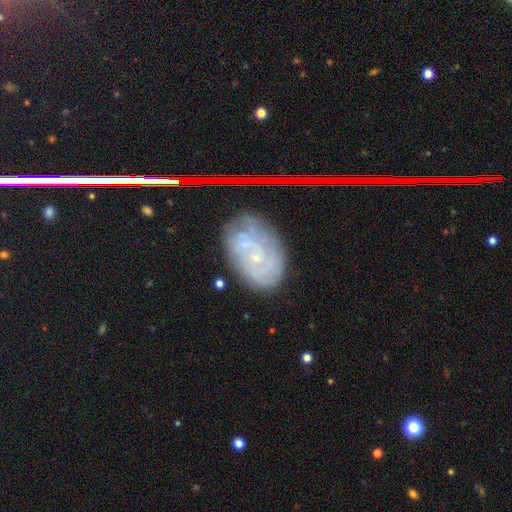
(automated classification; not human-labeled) Smooth or featured?
  - featured or disk: 72% *
  - smooth: 18%
  - star or artifact: 10%
Edge-on disk?
  - no: 96% *
  - yes: 4%
Bar?
  - no: 73% *
  - weak: 22%
  - strong: 5%
Spiral arms?
  - yes: 90% *
  - no: 10%
Spiral winding?
  - tight: 68% *
  - medium: 25%
  - loose: 8%
Spiral arm count?
  - can't tell: 44% *
  - 2: 17%
  - 3: 14%
  - 4: 12%
  - more than 4: 7%
  - 1: 6%
Bulge size?
  - small: 83% *
  - moderate: 10%
  - none: 5%
  - large: 1%
  - dominant: 1%
Merging?
  - none: 70% *
  - minor disturbance: 20%
  - major disturbance: 7%
  - merger: 3%